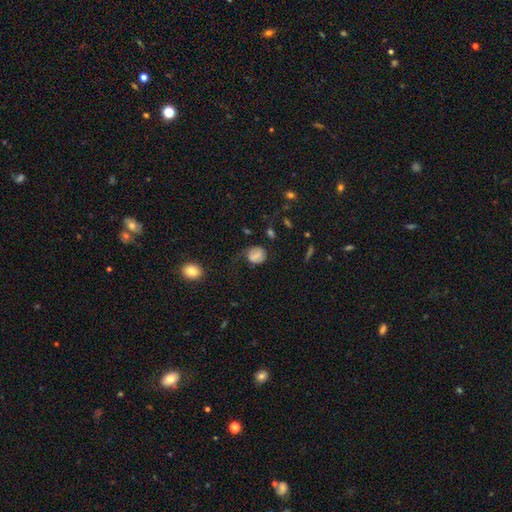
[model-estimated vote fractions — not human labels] Smooth or featured: smooth — 68% (featured or disk — 21%)
How rounded: round — 69% (in between — 29%)
Merging: none — 55% (minor disturbance — 25%)